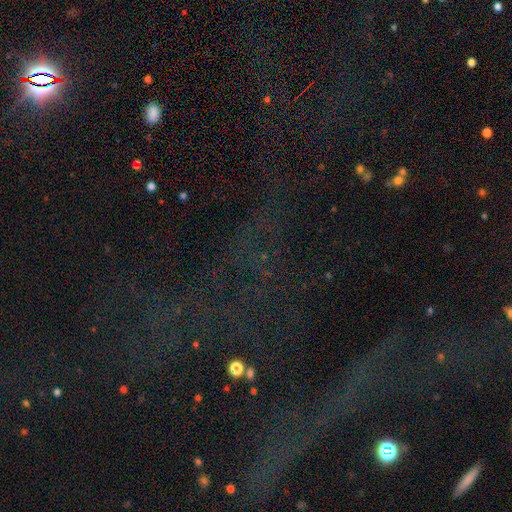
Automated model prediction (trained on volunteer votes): This appears to be a star or artifact, not a galaxy (76%).